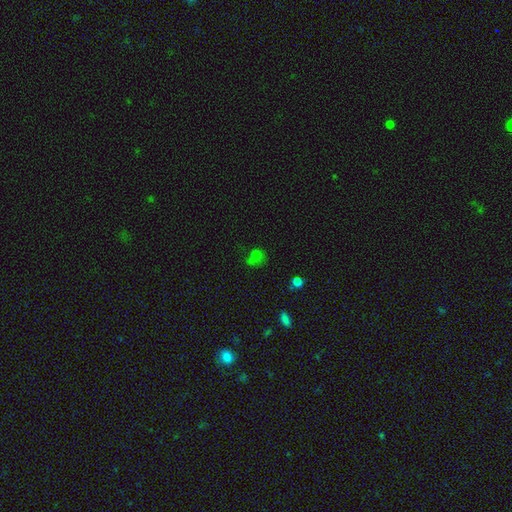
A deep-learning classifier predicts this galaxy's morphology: A smooth galaxy with no disk features (63%) that is round (61%).

Vote fractions:
- Smooth or featured? smooth: 63% / star or artifact: 26% / featured or disk: 11%
- How rounded? round: 61% / in between: 37% / cigar-shaped: 2%
- Merging? none: 44% / minor disturbance: 23% / major disturbance: 19% / merger: 14%